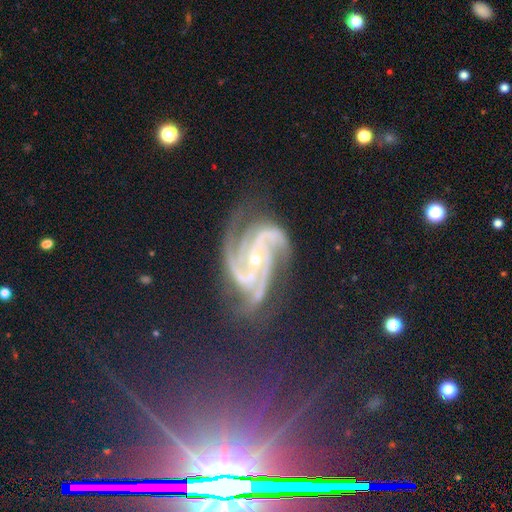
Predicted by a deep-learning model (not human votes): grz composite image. It shows a featured or disk galaxy (88%) with no bar (54%), 3 (51%) medium (49%) spiral arms (99%) and a small central bulge (74%). Merging: none (62%).